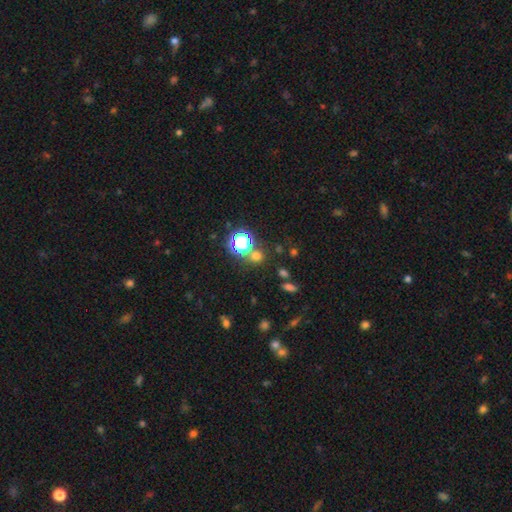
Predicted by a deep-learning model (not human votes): Morphology: type=smooth (59%); roundness=round (85%); merging=none (73%).